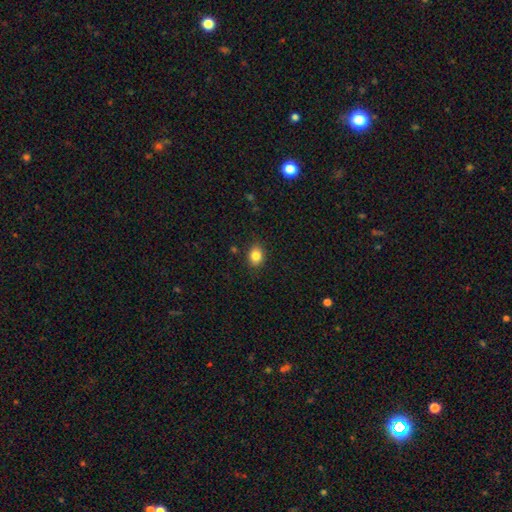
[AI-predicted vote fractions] A smooth galaxy with no disk features (84%) that is in between round and cigar-shaped (52%).

Vote fractions:
- Smooth or featured? smooth: 84% / star or artifact: 10% / featured or disk: 6%
- How rounded? in between: 52% / round: 47% / cigar-shaped: 1%
- Merging? none: 86% / minor disturbance: 10% / major disturbance: 2% / merger: 1%